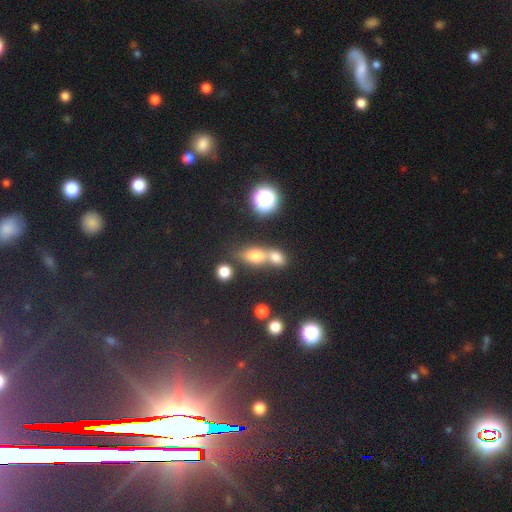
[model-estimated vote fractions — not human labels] Overall: smooth (69%). How rounded: in between (66%). Merging: merger (53%; none 35%).